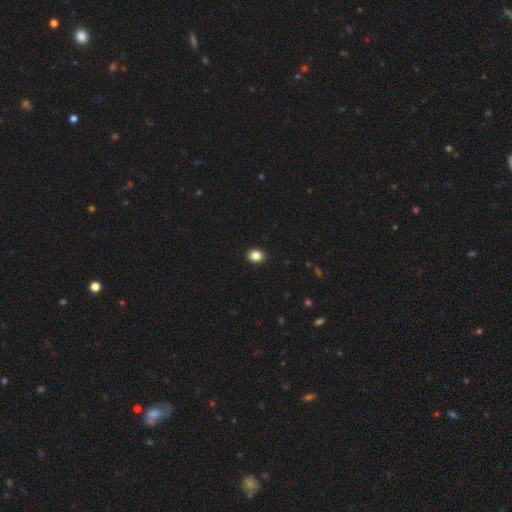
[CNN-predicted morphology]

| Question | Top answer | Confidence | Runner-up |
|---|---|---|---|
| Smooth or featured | smooth | 86% | star or artifact (10%) |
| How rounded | in between | 51% | round (48%) |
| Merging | none | 92% | minor disturbance (5%) |